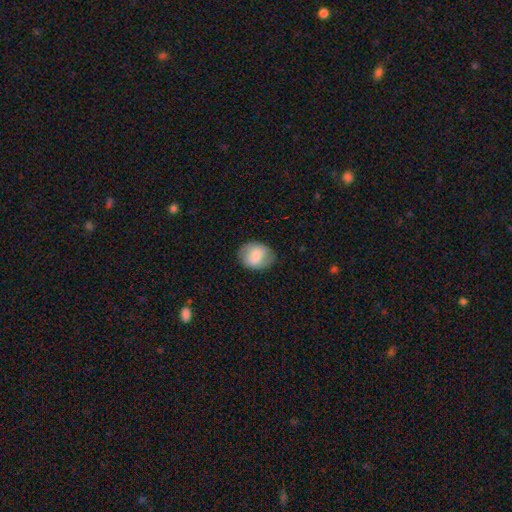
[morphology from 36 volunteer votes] A smooth galaxy with no disk features (64%) that is round (61%). Merging: none (76%).